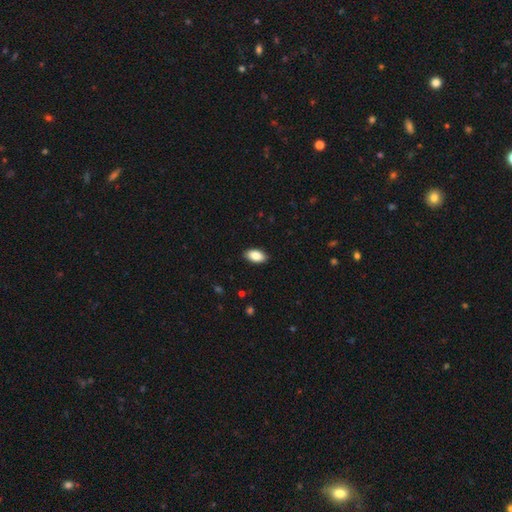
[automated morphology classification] This appears to be a smooth galaxy with no disk features (87%) that is in between round and cigar-shaped (94%). Merging: none (89%).